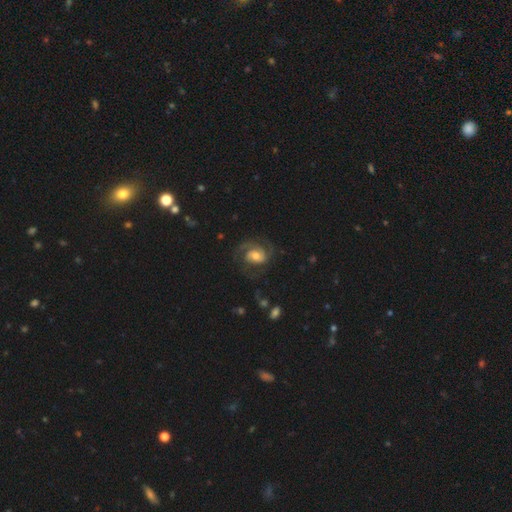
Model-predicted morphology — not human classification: Smooth or featured?
  - featured or disk: 80% *
  - smooth: 14%
  - star or artifact: 6%
Edge-on disk?
  - no: 98% *
  - yes: 2%
Bar?
  - no: 53% *
  - weak: 37%
  - strong: 10%
Spiral arms?
  - yes: 94% *
  - no: 6%
Spiral winding?
  - medium: 47% *
  - tight: 35%
  - loose: 18%
Spiral arm count?
  - 2: 62% *
  - 3: 13%
  - can't tell: 12%
  - 1: 7%
  - 4: 3%
  - more than 4: 3%
Bulge size?
  - moderate: 63% *
  - small: 21%
  - large: 13%
  - none: 2%
  - dominant: 1%
Merging?
  - none: 64% *
  - major disturbance: 17%
  - minor disturbance: 17%
  - merger: 2%